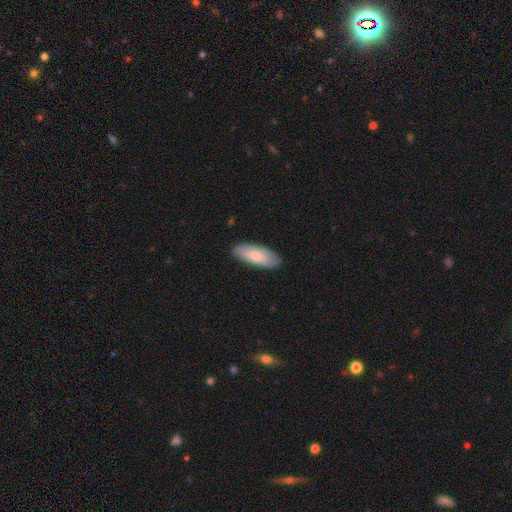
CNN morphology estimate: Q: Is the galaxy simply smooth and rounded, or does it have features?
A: smooth — 68%.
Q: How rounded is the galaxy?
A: in between — 80%.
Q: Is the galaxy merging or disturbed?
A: none — 83%.